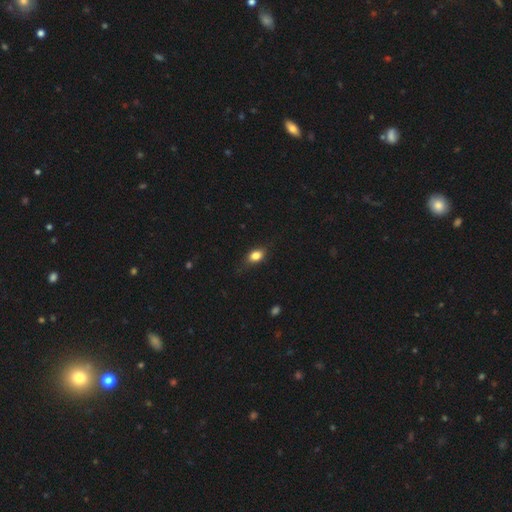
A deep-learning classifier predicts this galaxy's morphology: Q: Smooth or featured?
A: smooth (81%); runner-up: star or artifact (9%)
Q: How rounded?
A: in between (73%); runner-up: round (22%)
Q: Merging?
A: none (75%); runner-up: minor disturbance (19%)